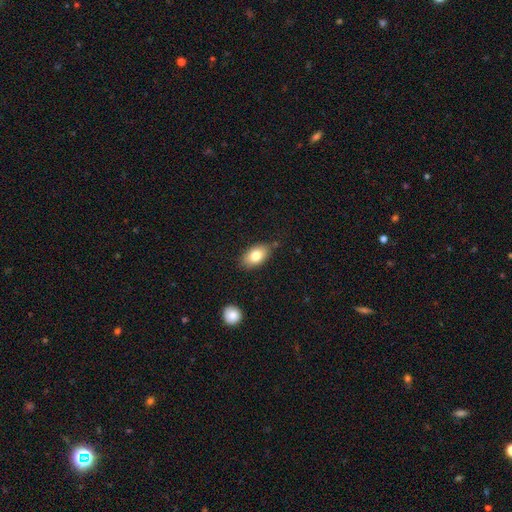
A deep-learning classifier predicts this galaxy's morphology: Smooth or featured?
  - smooth: 80% *
  - featured or disk: 12%
  - star or artifact: 7%
How rounded?
  - in between: 90% *
  - round: 8%
  - cigar-shaped: 2%
Merging?
  - none: 78% *
  - minor disturbance: 16%
  - merger: 3%
  - major disturbance: 3%